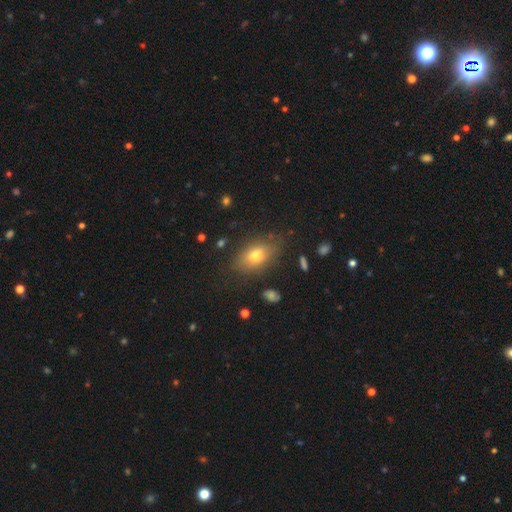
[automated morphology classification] A smooth galaxy with no disk features (73%) that is in between round and cigar-shaped (85%). Merging: none (76%).